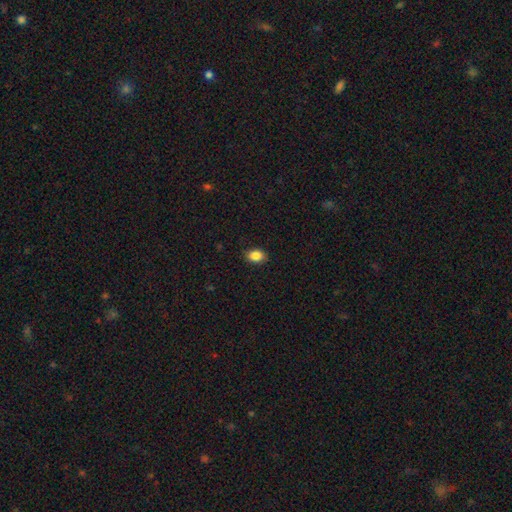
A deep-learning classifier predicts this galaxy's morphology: Smooth or featured? smooth (87%)
How rounded? in between (76%)
Merging? none (87%)